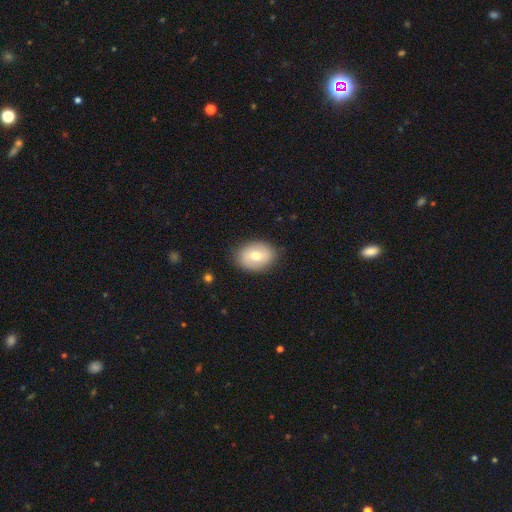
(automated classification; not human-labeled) This is likely a smooth galaxy (70%). How rounded: likely in between (69%). Merging: clearly none (84%).